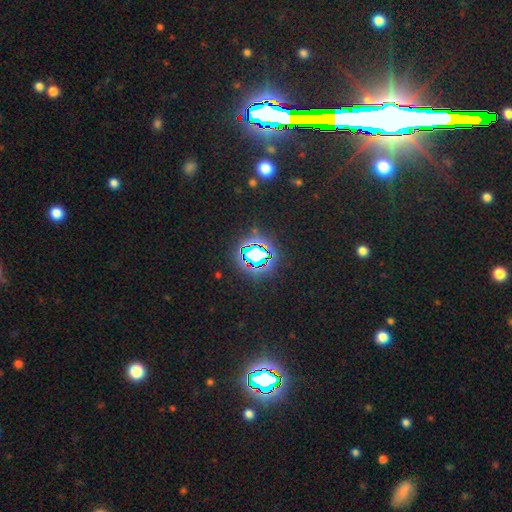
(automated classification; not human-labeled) This appears to be a star or artifact, not a galaxy (73%).